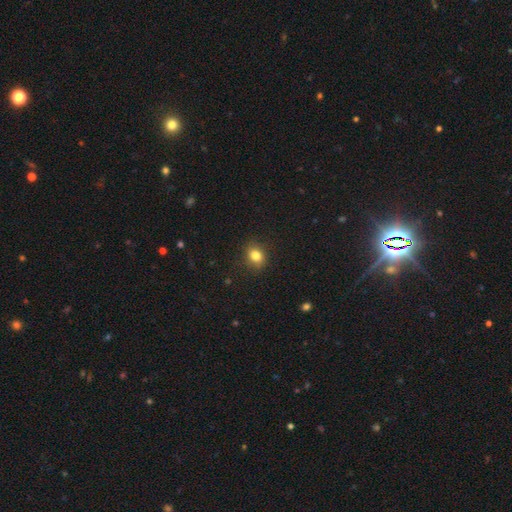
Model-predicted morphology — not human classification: Smooth or featured? Predicted: smooth (p=0.83). How rounded? Predicted: round (p=0.52). Merging? Predicted: none (p=0.86).